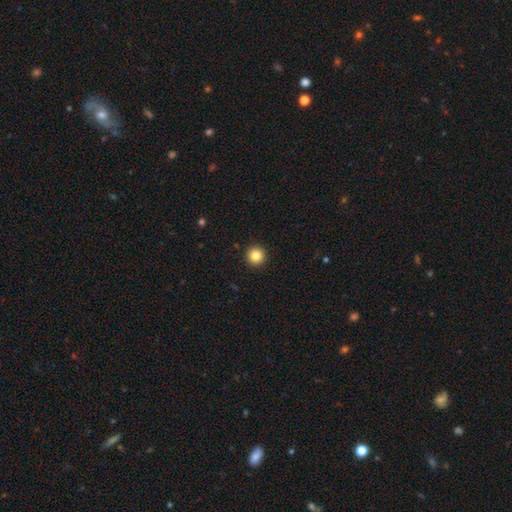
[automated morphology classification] Q: Smooth or featured?
A: smooth (85%); runner-up: star or artifact (10%)
Q: How rounded?
A: round (96%); runner-up: in between (3%)
Q: Merging?
A: none (94%); runner-up: minor disturbance (4%)